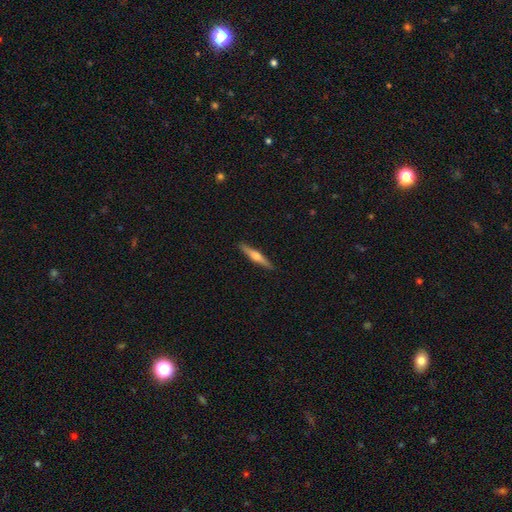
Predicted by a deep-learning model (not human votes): Smooth or featured: featured or disk — 55% (smooth — 40%)
Edge-on disk: yes — 97% (no — 3%)
Edge-on bulge: rounded — 80% (boxy — 11%)
Merging: none — 91% (minor disturbance — 7%)